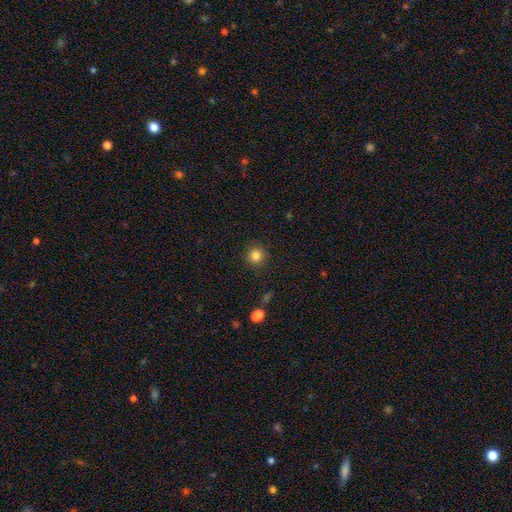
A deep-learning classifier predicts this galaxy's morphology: smooth 83%, star or artifact 12%, featured or disk 5%. Down the decision tree: how rounded — round (94%); merging — none (91%).